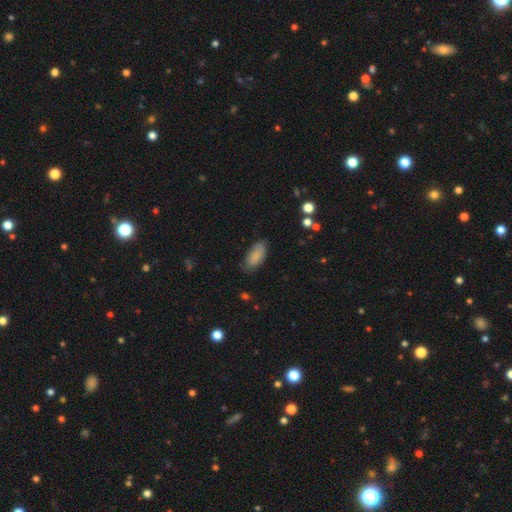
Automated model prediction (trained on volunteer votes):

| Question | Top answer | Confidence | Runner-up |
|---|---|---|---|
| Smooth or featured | smooth | 86% | featured or disk (7%) |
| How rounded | in between | 88% | cigar-shaped (10%) |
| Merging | none | 76% | minor disturbance (18%) |